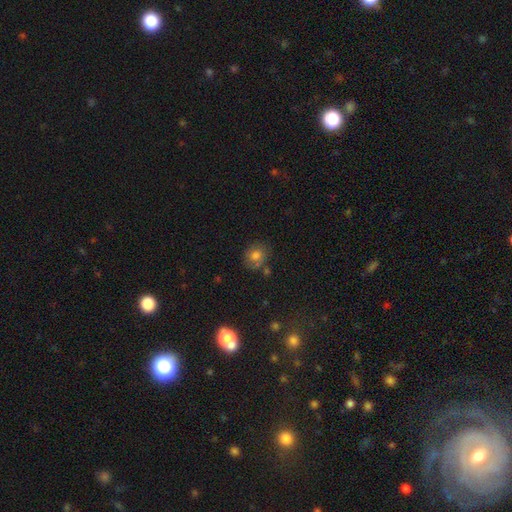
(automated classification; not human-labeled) smooth 76%, featured or disk 12%, star or artifact 12%. Down the decision tree: how rounded — round (66%); merging — none (67%).